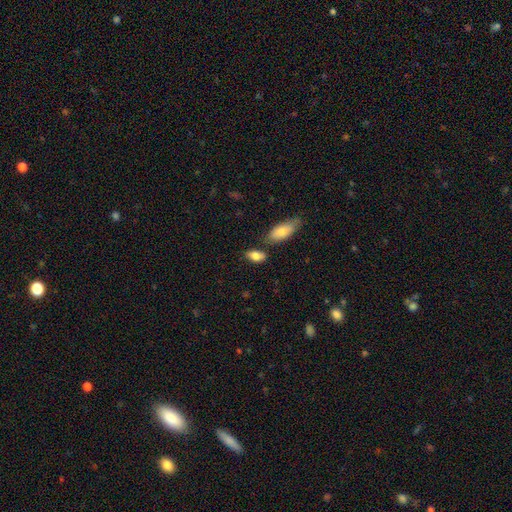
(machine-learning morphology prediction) Smooth or featured? Predicted: smooth (p=0.82). How rounded? Predicted: in between (p=0.89). Merging? Predicted: none (p=0.64).